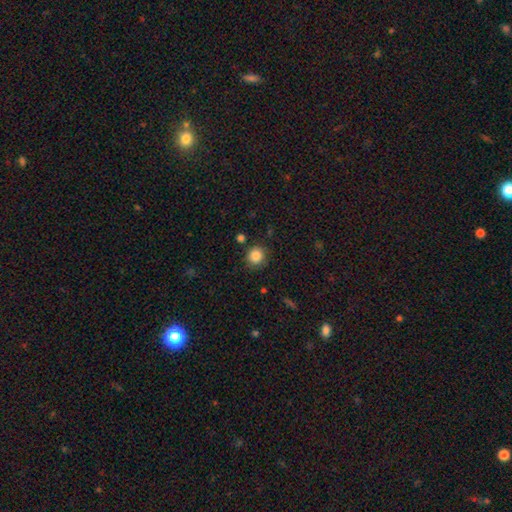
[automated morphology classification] Q: Smooth or featured?
A: smooth (86%); runner-up: star or artifact (10%)
Q: How rounded?
A: round (90%); runner-up: in between (9%)
Q: Merging?
A: none (84%); runner-up: minor disturbance (10%)